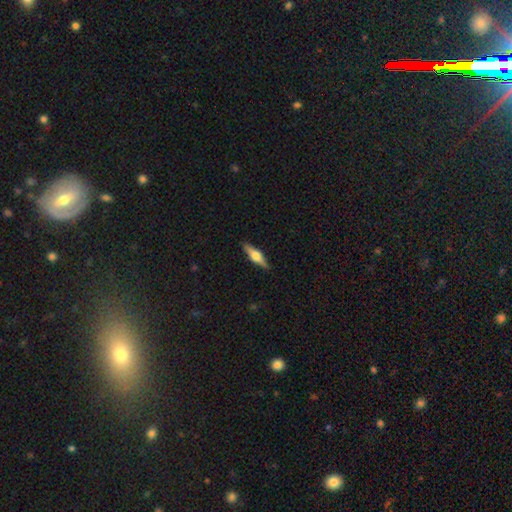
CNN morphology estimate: Q: Smooth or featured?
A: featured or disk (61%); runner-up: smooth (34%)
Q: Edge-on disk?
A: yes (96%); runner-up: no (4%)
Q: Edge-on bulge?
A: rounded (93%); runner-up: boxy (5%)
Q: Merging?
A: none (90%); runner-up: minor disturbance (7%)